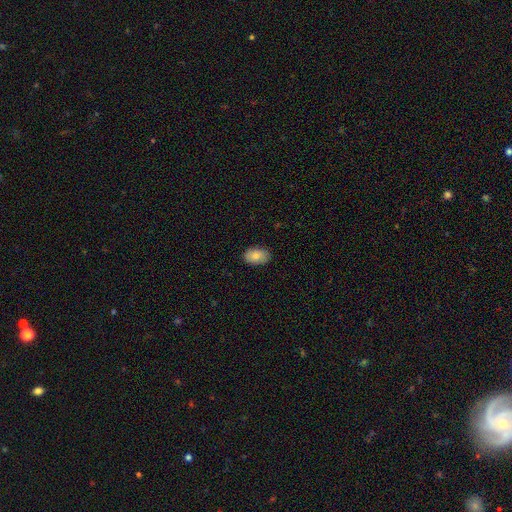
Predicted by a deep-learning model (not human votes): Overall: smooth (83%). How rounded: in between (88%). Merging: none (87%).